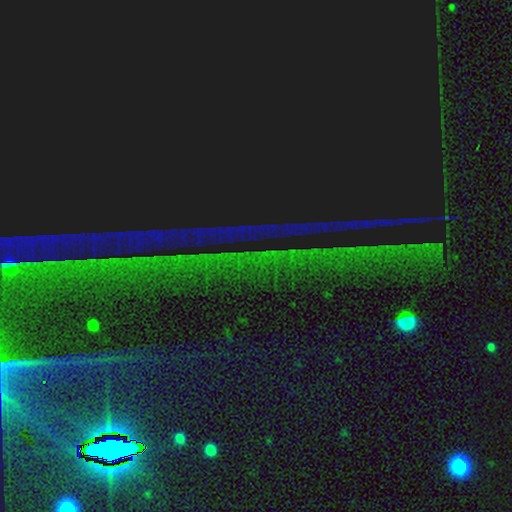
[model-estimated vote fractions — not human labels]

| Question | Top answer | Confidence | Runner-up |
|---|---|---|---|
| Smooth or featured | star or artifact | 89% | featured or disk (6%) |